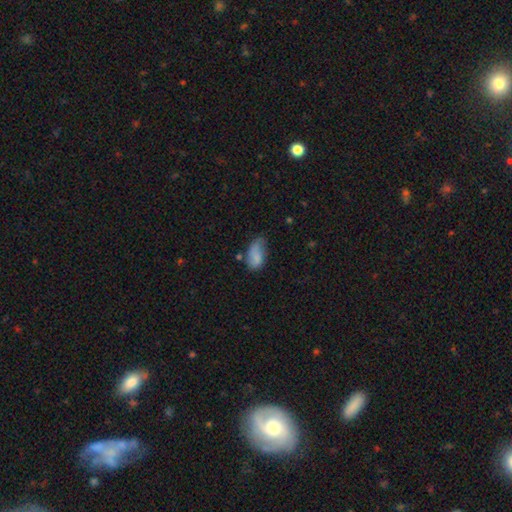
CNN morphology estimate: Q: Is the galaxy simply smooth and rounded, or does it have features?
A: smooth — 78%.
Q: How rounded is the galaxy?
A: in between — 92%.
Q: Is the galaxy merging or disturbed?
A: minor disturbance — 41%.